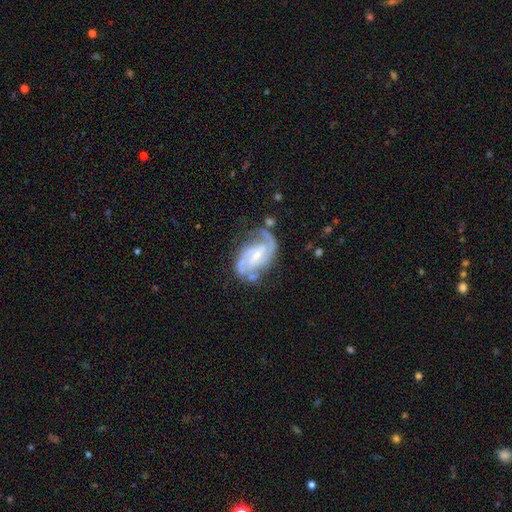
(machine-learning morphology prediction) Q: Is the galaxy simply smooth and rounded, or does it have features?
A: featured or disk — 89%.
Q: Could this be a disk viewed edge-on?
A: no — 97%.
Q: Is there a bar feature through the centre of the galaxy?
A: weak — 45%.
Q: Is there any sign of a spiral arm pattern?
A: yes — 96%.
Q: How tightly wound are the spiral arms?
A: medium — 51%.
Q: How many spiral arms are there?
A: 2 — 68%.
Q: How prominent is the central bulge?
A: small — 64%.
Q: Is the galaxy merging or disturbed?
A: none — 57%.